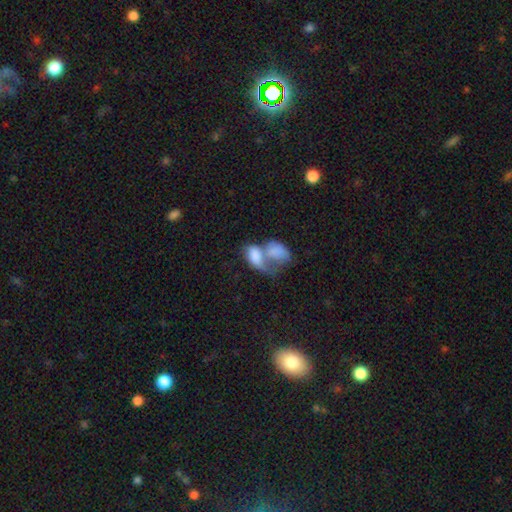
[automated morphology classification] The model was most divided on "smooth or featured": smooth: 69%, featured or disk: 24%, star or artifact: 8%. More confident: how rounded — in between (87%); merging — merger (75%).